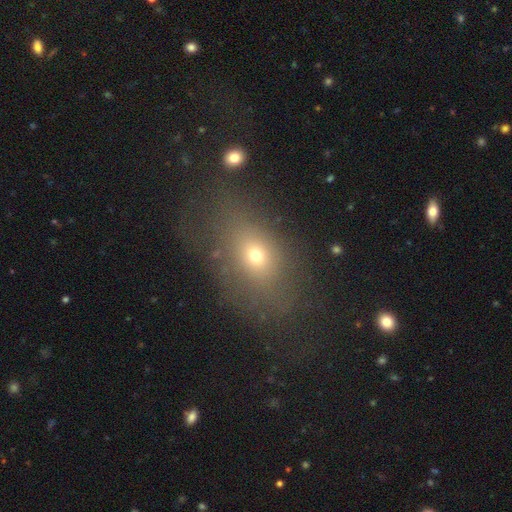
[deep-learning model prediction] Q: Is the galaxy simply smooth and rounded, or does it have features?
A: smooth — 64%.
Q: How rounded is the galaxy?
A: in between — 66%.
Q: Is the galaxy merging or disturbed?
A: none — 65%.